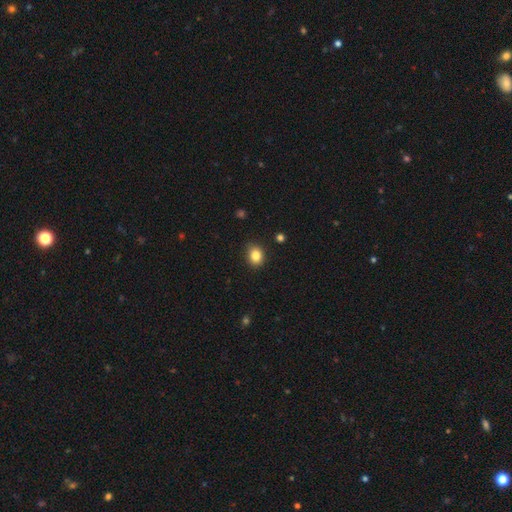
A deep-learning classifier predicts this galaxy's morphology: A smooth galaxy with no disk features (84%) that is round (55%). Merging: none (86%).